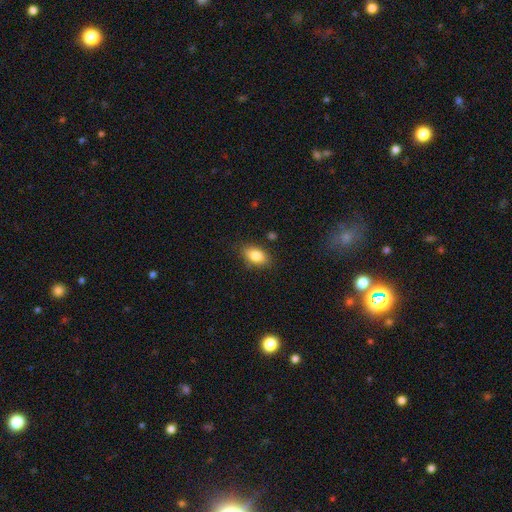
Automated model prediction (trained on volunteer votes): Morphology: type=smooth (83%); roundness=in between (89%); merging=none (84%).